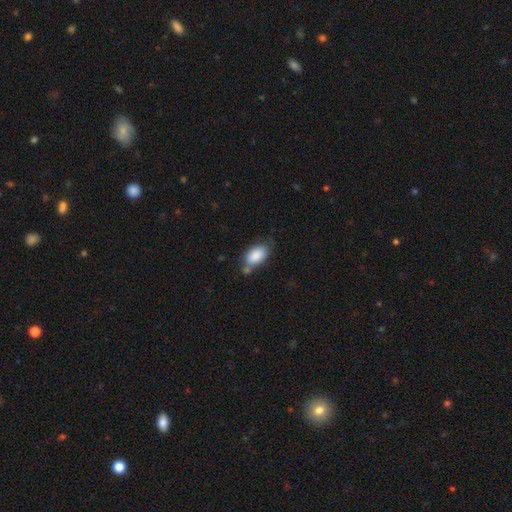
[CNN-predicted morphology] A smooth galaxy with no disk features (86%) that is in between round and cigar-shaped (92%).

Vote fractions:
- Smooth or featured? smooth: 86% / featured or disk: 7% / star or artifact: 7%
- How rounded? in between: 92% / round: 6% / cigar-shaped: 2%
- Merging? none: 55% / minor disturbance: 23% / merger: 16% / major disturbance: 7%